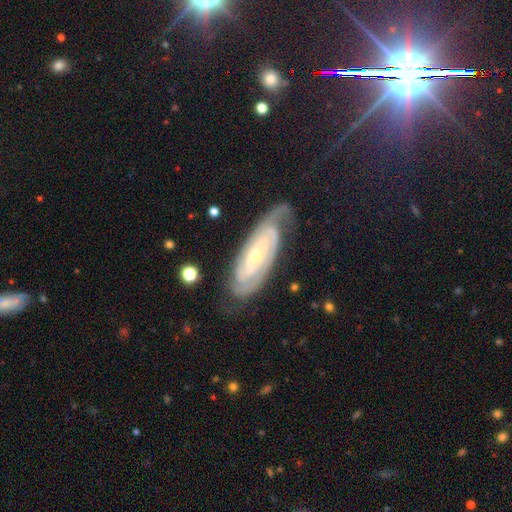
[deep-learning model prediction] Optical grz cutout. It shows a featured or disk galaxy (86%) with no bar (61%), 2 (50%) tight (73%) spiral arms (95%) and a small central bulge (62%). Merging: none (67%).